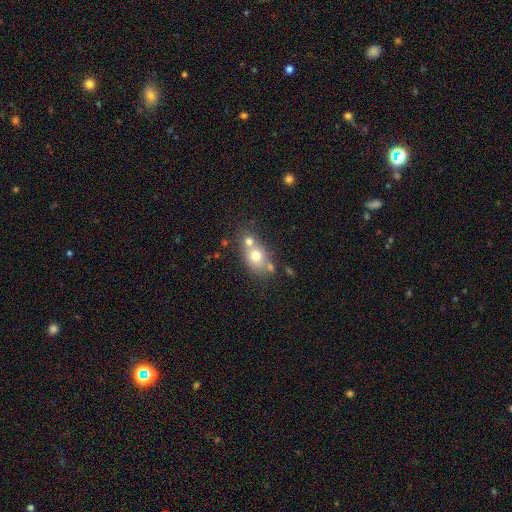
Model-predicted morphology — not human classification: Smooth or featured? Predicted: smooth (p=0.68). How rounded? Predicted: in between (p=0.52). Merging? Predicted: merger (p=0.44).